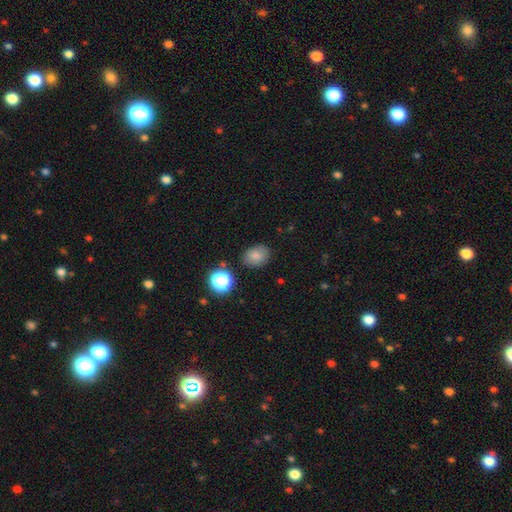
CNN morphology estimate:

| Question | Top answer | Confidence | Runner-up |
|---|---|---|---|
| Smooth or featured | smooth | 81% | star or artifact (12%) |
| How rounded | in between | 64% | round (35%) |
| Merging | none | 80% | minor disturbance (13%) |